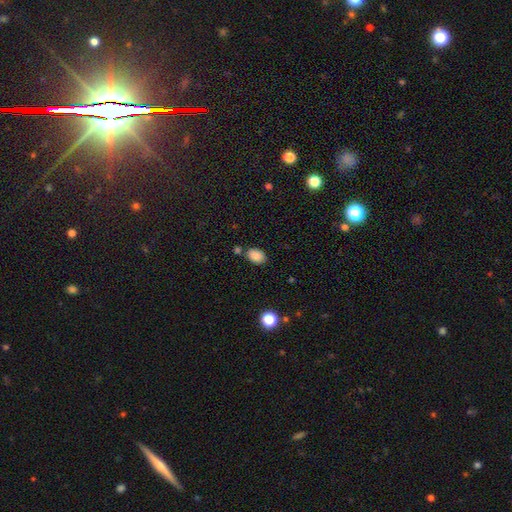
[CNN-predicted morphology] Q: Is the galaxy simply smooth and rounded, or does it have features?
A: smooth — 86%.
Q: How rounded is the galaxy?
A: in between — 83%.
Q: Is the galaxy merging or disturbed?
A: none — 73%.